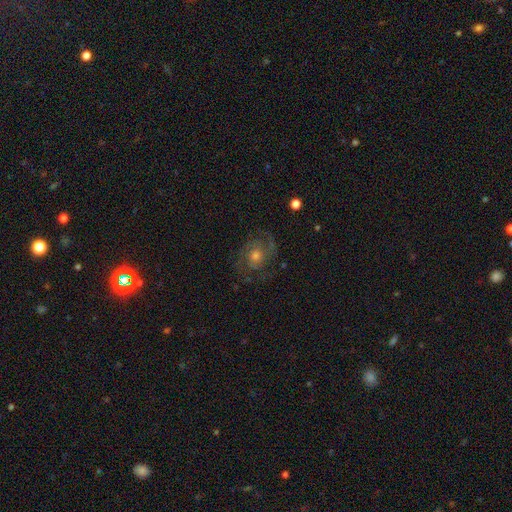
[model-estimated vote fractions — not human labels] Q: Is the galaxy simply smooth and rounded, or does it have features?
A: featured or disk — 78%.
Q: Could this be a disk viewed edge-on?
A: no — 97%.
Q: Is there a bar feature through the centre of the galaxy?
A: no — 77%.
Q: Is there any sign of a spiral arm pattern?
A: yes — 94%.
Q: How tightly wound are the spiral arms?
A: medium — 47%.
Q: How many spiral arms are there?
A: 2 — 62%.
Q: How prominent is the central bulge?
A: moderate — 60%.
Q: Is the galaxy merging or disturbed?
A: none — 76%.